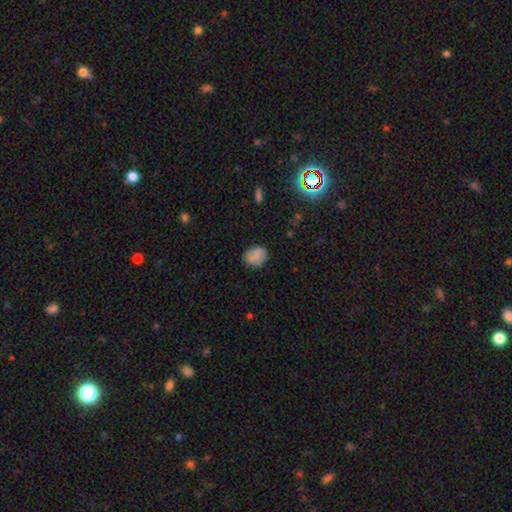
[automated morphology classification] A smooth galaxy with no disk features (75%) that is round (64%).

Vote fractions:
- Smooth or featured? smooth: 75% / featured or disk: 15% / star or artifact: 10%
- How rounded? round: 64% / in between: 35% / cigar-shaped: 1%
- Merging? none: 75% / minor disturbance: 17% / major disturbance: 4% / merger: 3%